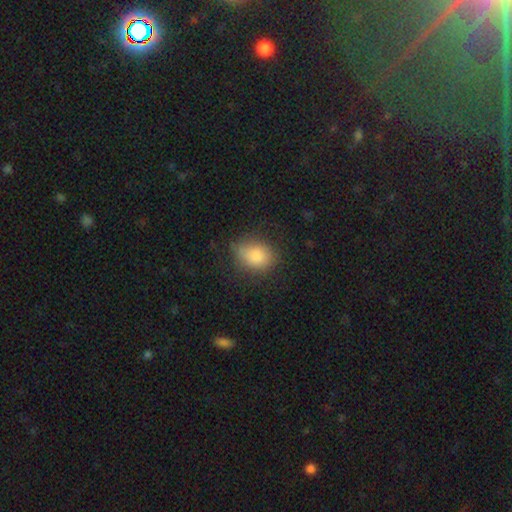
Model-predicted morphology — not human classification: type=smooth (85%); roundness=in between (59%); merging=none (71%).